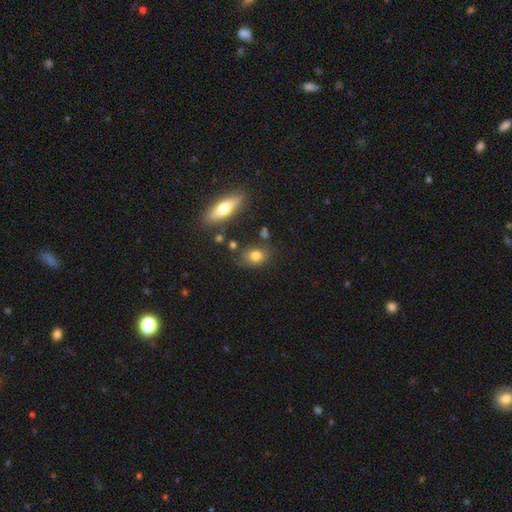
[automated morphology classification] Smooth or featured? Predicted: smooth (p=0.75). How rounded? Predicted: in between (p=0.67). Merging? Predicted: none (p=0.71).